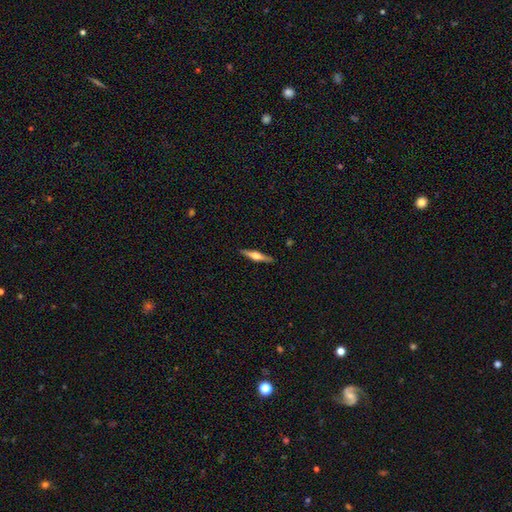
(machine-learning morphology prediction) This appears to be a featured or disk galaxy (62%) viewed edge-on (97%) with a rounded central bulge (89%). Merging: none (90%).